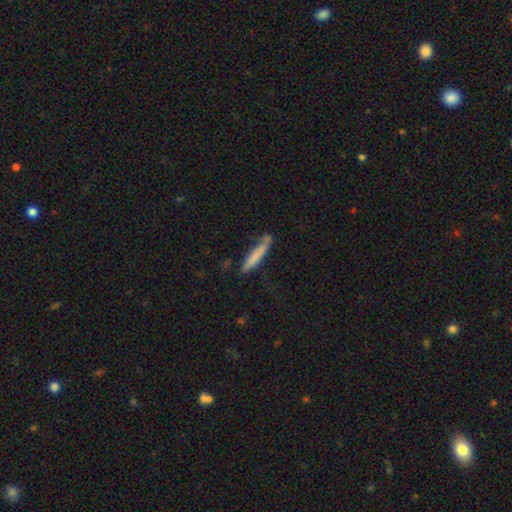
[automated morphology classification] A smooth galaxy with no disk features (75%) that is cigar-shaped (93%). Merging: none (69%).